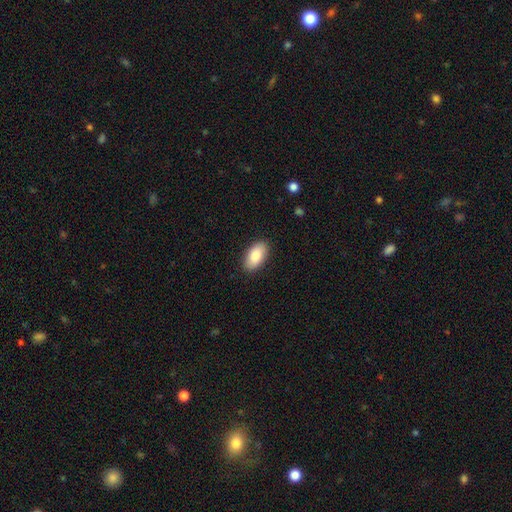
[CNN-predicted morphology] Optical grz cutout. It shows a smooth galaxy with no disk features (86%) that is in between round and cigar-shaped (94%). Merging: none (89%).